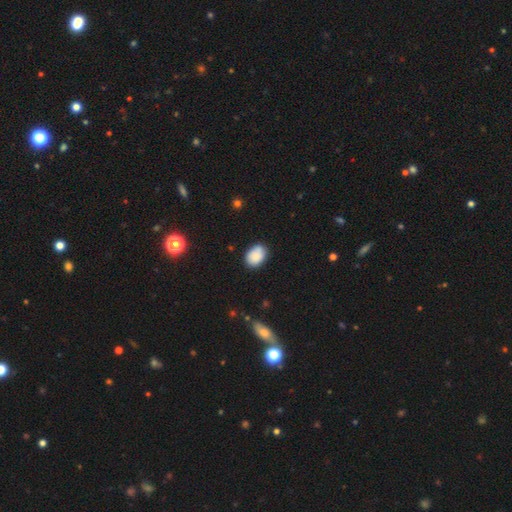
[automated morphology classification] Smooth or featured: smooth — 84% (featured or disk — 8%)
How rounded: in between — 78% (round — 21%)
Merging: none — 76% (minor disturbance — 18%)